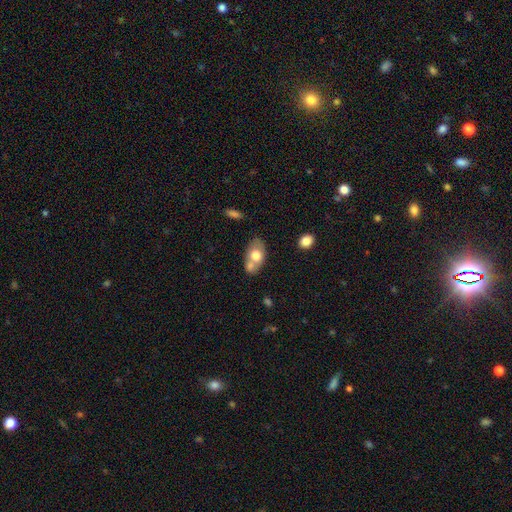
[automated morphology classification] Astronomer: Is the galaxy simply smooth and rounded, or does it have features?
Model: smooth — 66%.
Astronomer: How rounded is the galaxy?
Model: in between — 84%.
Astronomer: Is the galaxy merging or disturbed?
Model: none — 41% (runner-up: merger, 40%).